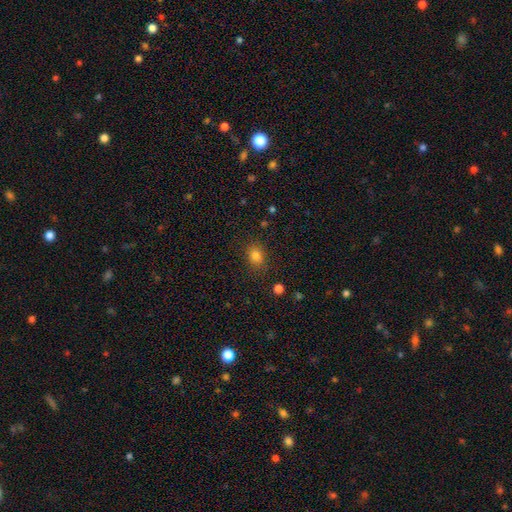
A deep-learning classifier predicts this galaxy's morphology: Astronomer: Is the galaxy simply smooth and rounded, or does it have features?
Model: smooth — 81%.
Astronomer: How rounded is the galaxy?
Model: round — 52% (runner-up: in between, 47%).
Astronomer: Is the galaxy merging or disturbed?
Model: none — 85%.